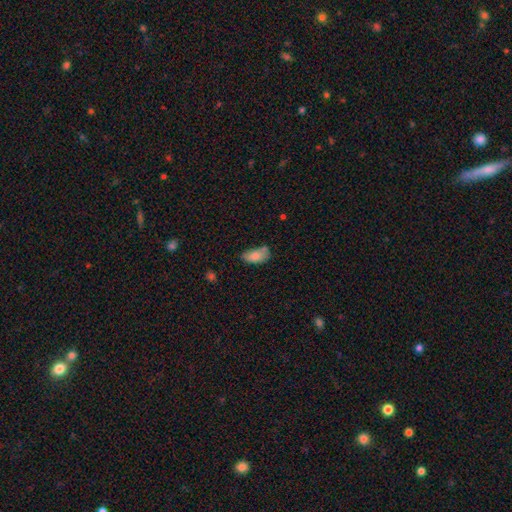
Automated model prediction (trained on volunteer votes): A smooth galaxy with no disk features (80%) that is in between round and cigar-shaped (91%).

Vote fractions:
- Smooth or featured? smooth: 80% / featured or disk: 11% / star or artifact: 8%
- How rounded? in between: 91% / cigar-shaped: 4% / round: 4%
- Merging? none: 50% / minor disturbance: 30% / merger: 12% / major disturbance: 8%